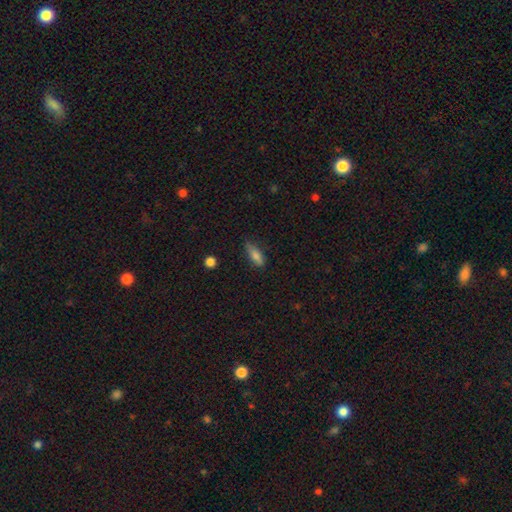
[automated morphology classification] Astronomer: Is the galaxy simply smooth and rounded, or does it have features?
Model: smooth — 79%.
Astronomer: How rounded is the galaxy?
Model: in between — 64%.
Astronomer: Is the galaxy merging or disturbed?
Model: none — 69%.